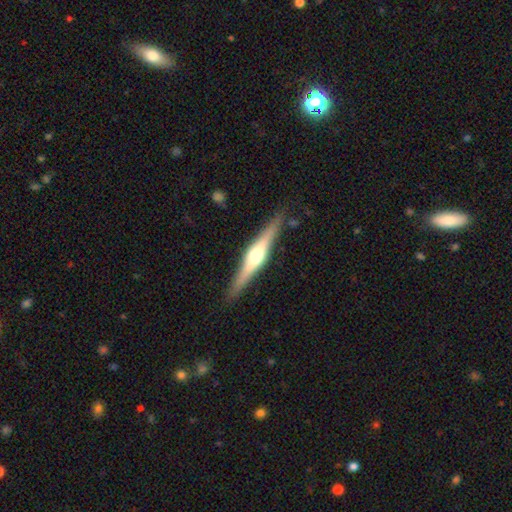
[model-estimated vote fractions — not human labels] A featured or disk galaxy (72%) viewed edge-on (97%) with a rounded central bulge (91%). Merging: none (88%).